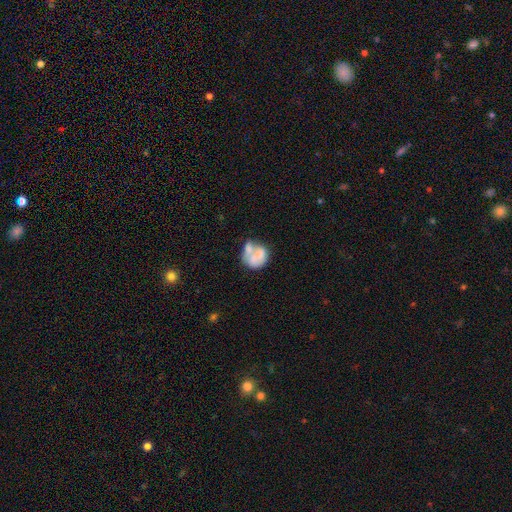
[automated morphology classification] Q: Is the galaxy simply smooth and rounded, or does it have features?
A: smooth — 54%.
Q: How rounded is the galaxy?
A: round — 52%.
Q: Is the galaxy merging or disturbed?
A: merger — 48%.